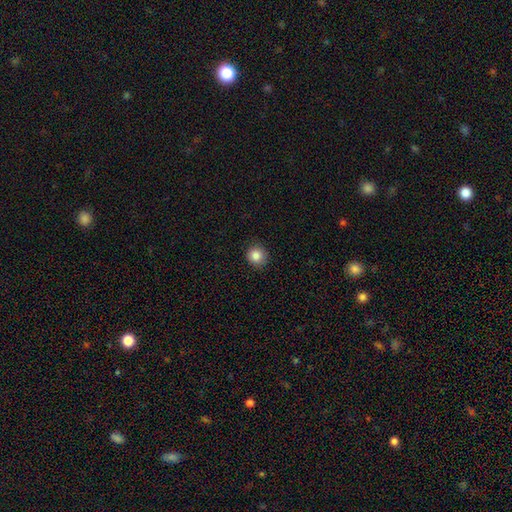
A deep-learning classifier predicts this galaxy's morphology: Smooth or featured?
  - smooth: 85% *
  - star or artifact: 10%
  - featured or disk: 5%
How rounded?
  - round: 92% *
  - in between: 7%
  - cigar-shaped: 1%
Merging?
  - none: 90% *
  - minor disturbance: 7%
  - major disturbance: 2%
  - merger: 1%